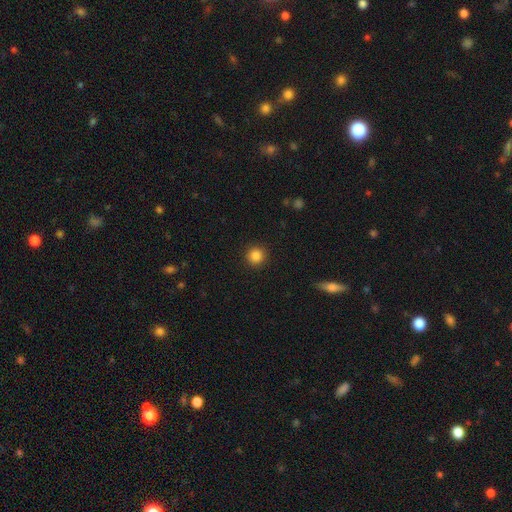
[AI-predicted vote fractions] Overall: smooth (85%). How rounded: round (95%). Merging: none (92%).